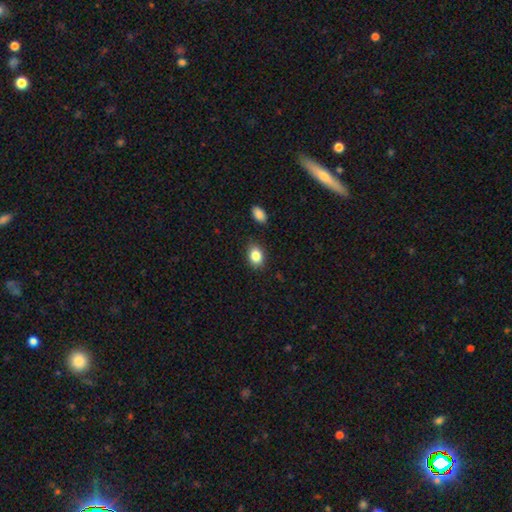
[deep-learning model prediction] A smooth galaxy with no disk features (85%) that is in between round and cigar-shaped (73%).

Vote fractions:
- Smooth or featured? smooth: 85% / star or artifact: 9% / featured or disk: 6%
- How rounded? in between: 73% / round: 26% / cigar-shaped: 1%
- Merging? none: 84% / minor disturbance: 11% / major disturbance: 2% / merger: 2%